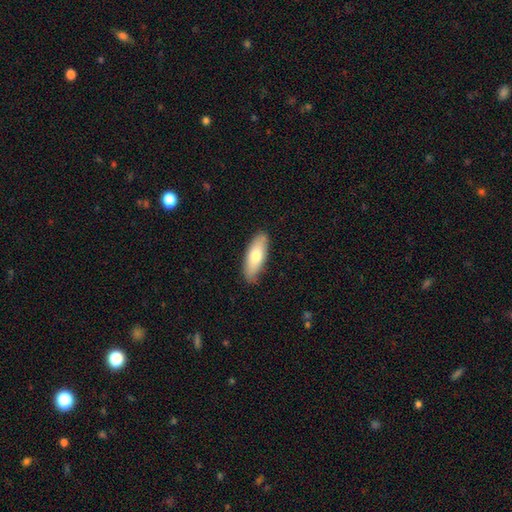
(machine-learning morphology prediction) Smooth or featured? Predicted: smooth (p=0.71). How rounded? Predicted: in between (p=0.64). Merging? Predicted: none (p=0.85).